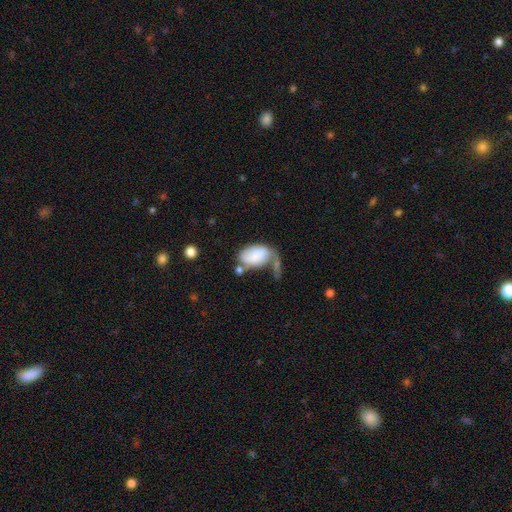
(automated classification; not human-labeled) This appears to be a smooth galaxy with no disk features (71%) that is in between round and cigar-shaped (92%). Merging: major disturbance (31%).